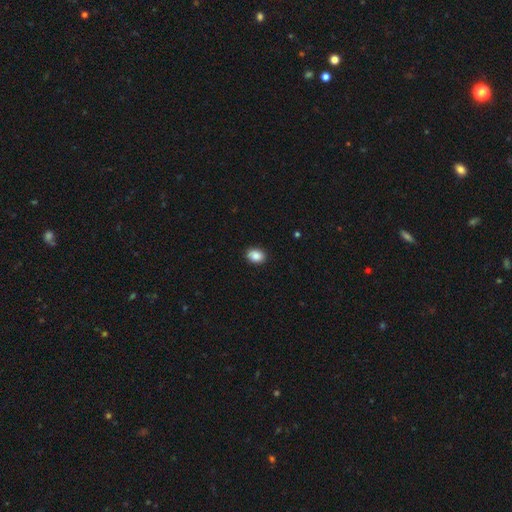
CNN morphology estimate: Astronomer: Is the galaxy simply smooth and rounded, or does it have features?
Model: smooth — 88%.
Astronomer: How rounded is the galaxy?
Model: in between — 69%.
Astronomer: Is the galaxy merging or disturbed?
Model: none — 90%.